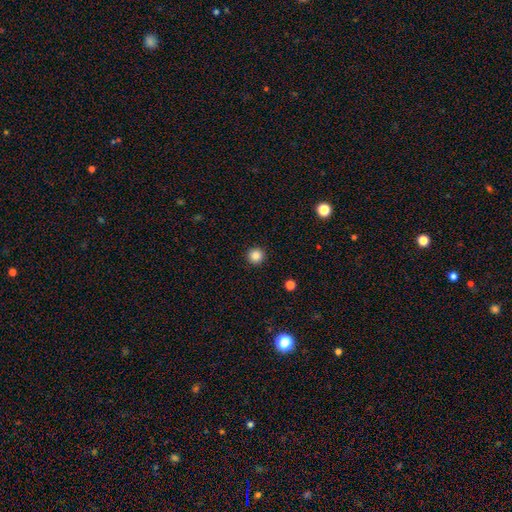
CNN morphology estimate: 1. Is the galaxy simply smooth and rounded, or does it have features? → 86% smooth, 11% star or artifact, 3% featured or disk.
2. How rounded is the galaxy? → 96% round, 4% in between, 1% cigar-shaped.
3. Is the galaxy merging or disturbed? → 93% none, 4% minor disturbance, 2% major disturbance, 1% merger.